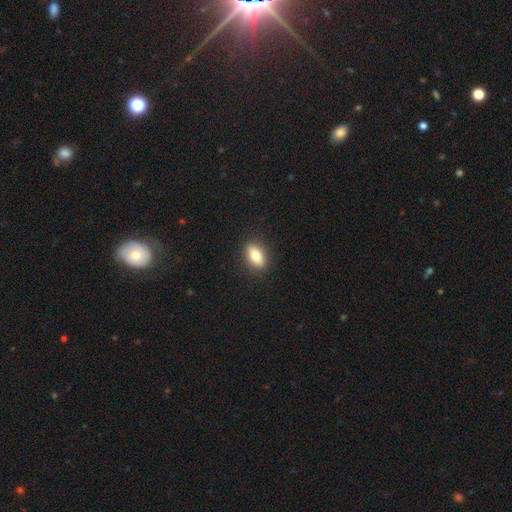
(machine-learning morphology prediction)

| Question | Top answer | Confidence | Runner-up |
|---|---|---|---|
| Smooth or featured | smooth | 82% | featured or disk (11%) |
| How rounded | in between | 85% | round (8%) |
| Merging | none | 88% | minor disturbance (8%) |